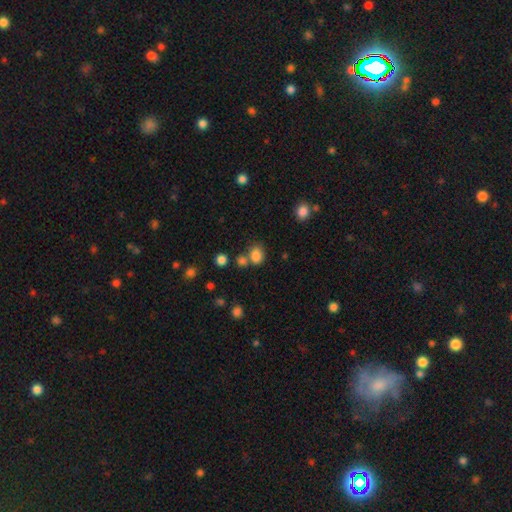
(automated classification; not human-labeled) This is clearly a smooth galaxy (82%). How rounded: possibly round (50%). Merging: possibly none (59%).